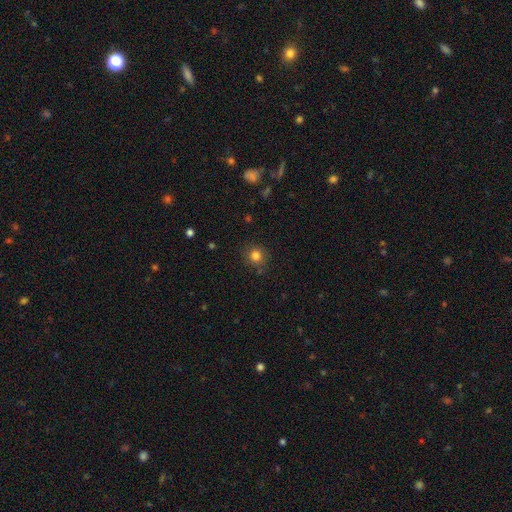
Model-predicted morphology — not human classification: The model was most divided on "smooth or featured": smooth: 81%, star or artifact: 13%, featured or disk: 6%. More confident: how rounded — round (91%); merging — none (85%).